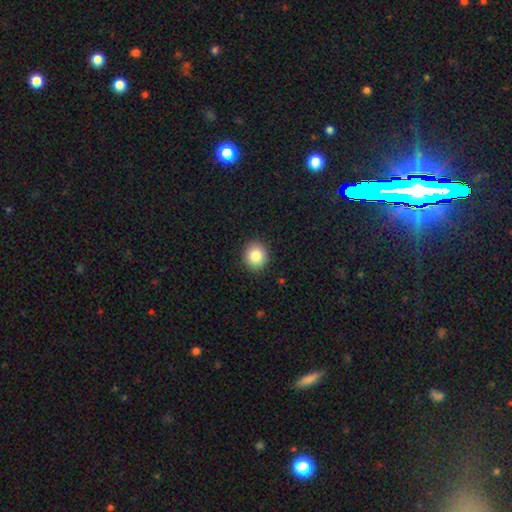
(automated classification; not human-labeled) Smooth or featured? smooth (85%)
How rounded? round (83%)
Merging? none (91%)